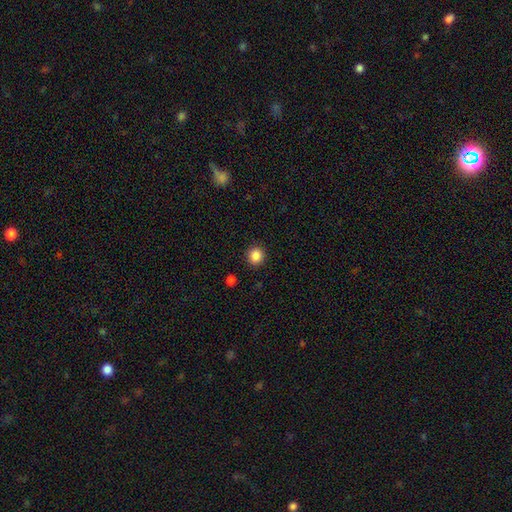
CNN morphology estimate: smooth_or_featured: smooth (p=0.86) [alt: star or artifact p=0.11]
how_rounded: round (p=0.91) [alt: in between p=0.08]
merging: none (p=0.91) [alt: minor disturbance p=0.05]